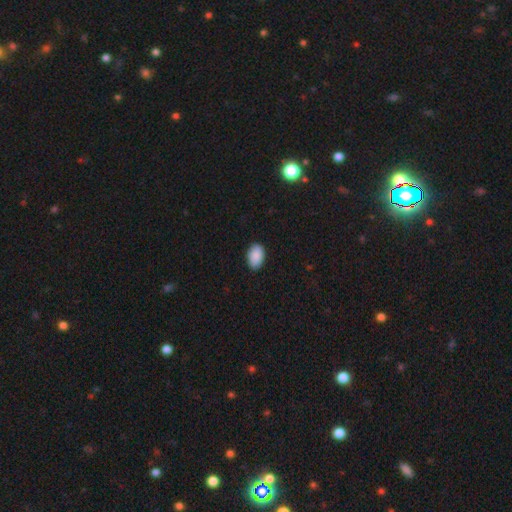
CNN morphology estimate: The model was most divided on "merging": none: 87%, minor disturbance: 10%, major disturbance: 2%, merger: 1%. More confident: smooth or featured — smooth (90%); how rounded — in between (90%).